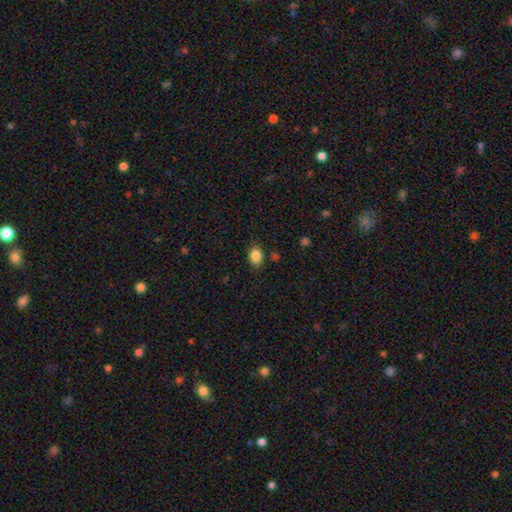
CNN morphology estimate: A smooth galaxy with no disk features (85%) that is in between round and cigar-shaped (70%).

Vote fractions:
- Smooth or featured? smooth: 85% / star or artifact: 9% / featured or disk: 6%
- How rounded? in between: 70% / round: 28% / cigar-shaped: 1%
- Merging? none: 80% / minor disturbance: 14% / major disturbance: 3% / merger: 3%